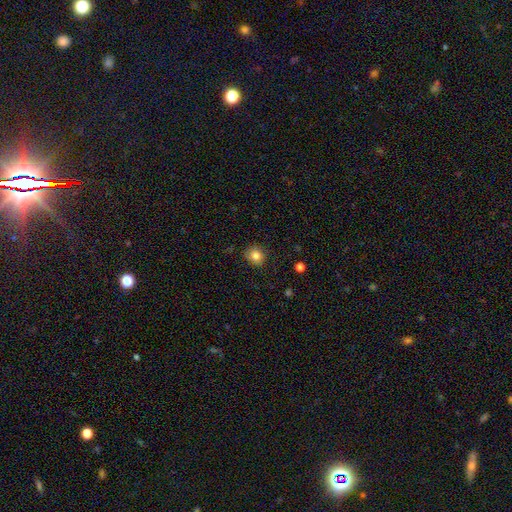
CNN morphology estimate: Smooth or featured? smooth (83%)
How rounded? round (81%)
Merging? none (84%)